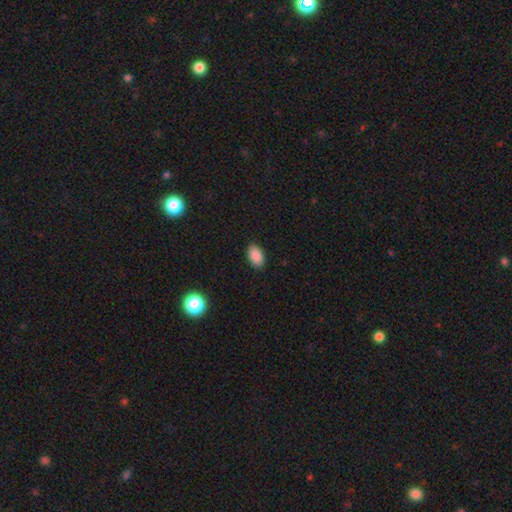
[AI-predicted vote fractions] smooth_or_featured: smooth (p=0.89) [alt: star or artifact p=0.08]
how_rounded: in between (p=0.93) [alt: round p=0.06]
merging: none (p=0.89) [alt: minor disturbance p=0.08]